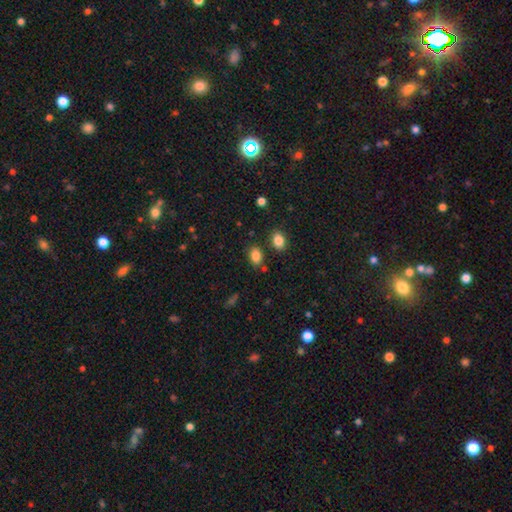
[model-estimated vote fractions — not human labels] Smooth or featured?
  - smooth: 85% *
  - star or artifact: 10%
  - featured or disk: 5%
How rounded?
  - in between: 82% *
  - round: 16%
  - cigar-shaped: 1%
Merging?
  - none: 78% *
  - minor disturbance: 11%
  - merger: 8%
  - major disturbance: 3%